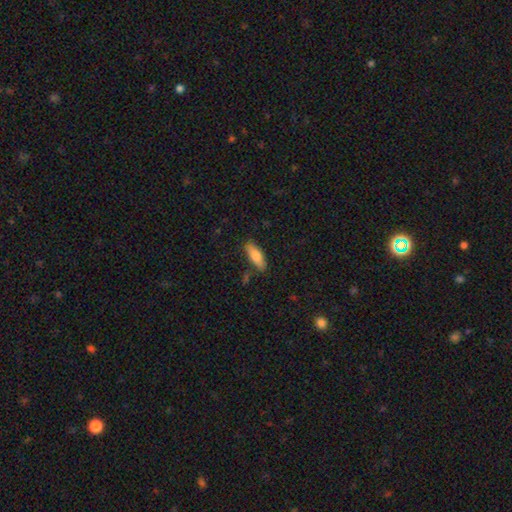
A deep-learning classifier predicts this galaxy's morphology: This appears to be a smooth galaxy with no disk features (78%) that is in between round and cigar-shaped (64%). Merging: none (80%).